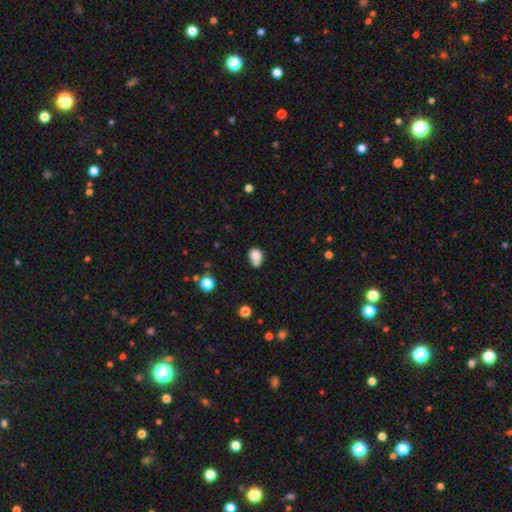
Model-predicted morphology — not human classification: Overall: smooth (79%). How rounded: in between (50%; round 49%). Merging: none (43%; merger 28%).